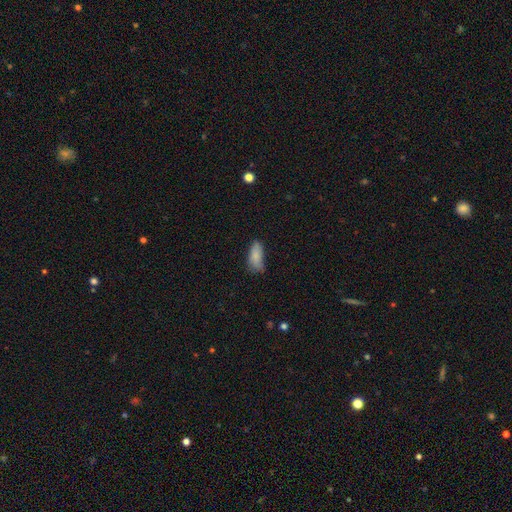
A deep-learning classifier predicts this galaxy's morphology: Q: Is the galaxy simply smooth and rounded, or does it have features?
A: smooth — 83%.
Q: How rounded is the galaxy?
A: in between — 82%.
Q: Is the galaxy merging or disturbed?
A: none — 54%.